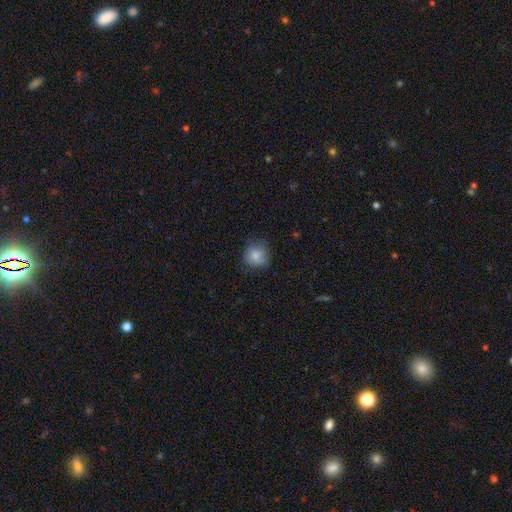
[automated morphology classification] Overall: smooth (82%). How rounded: round (84%). Merging: none (69%).